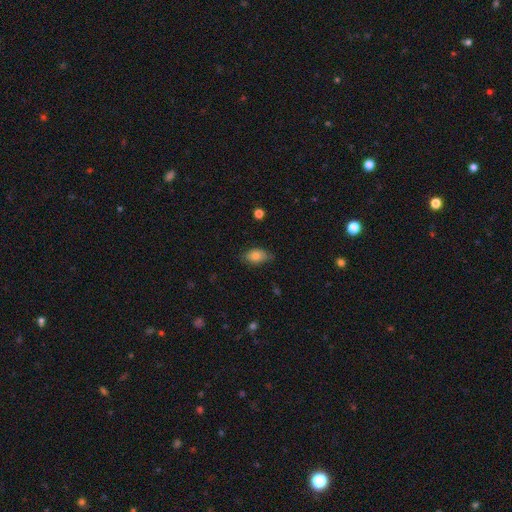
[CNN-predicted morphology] smooth-or-featured: smooth: 80% | featured or disk: 12% | star or artifact: 8%
  how-rounded: in between: 89% | round: 9% | cigar-shaped: 2%
  merging: none: 67% | minor disturbance: 27% | major disturbance: 5% | merger: 1%